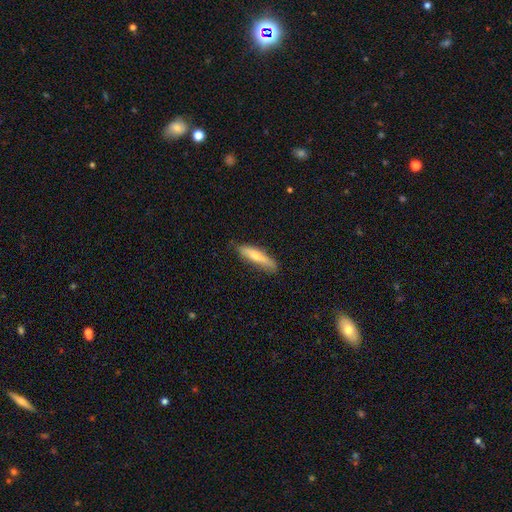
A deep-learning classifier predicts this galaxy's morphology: Smooth or featured? Predicted: smooth (p=0.58). How rounded? Predicted: cigar-shaped (p=0.81). Merging? Predicted: none (p=0.78).